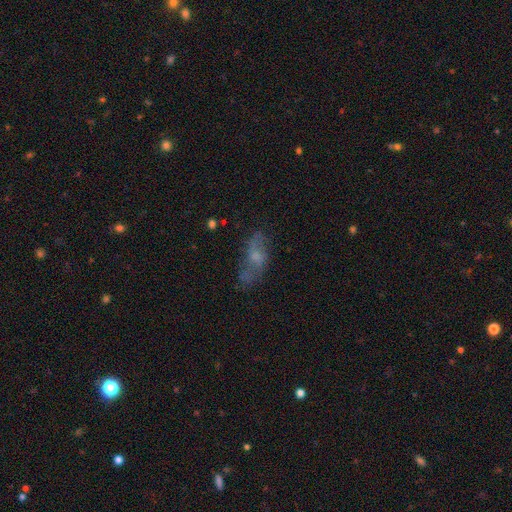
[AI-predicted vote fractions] featured or disk 47%, smooth 42%, star or artifact 11%. Down the decision tree: merging — none (57%).